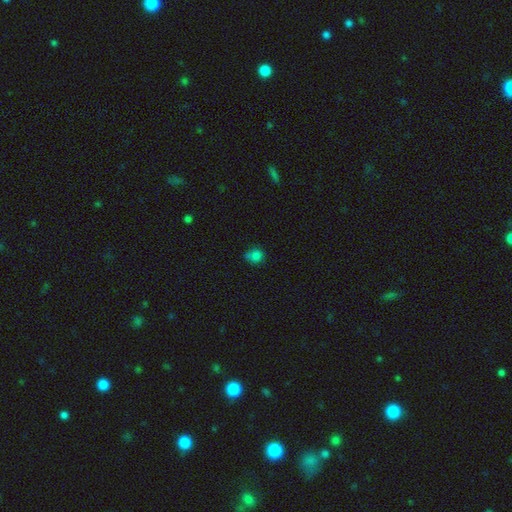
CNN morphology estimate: Overall: smooth (79%). How rounded: round (77%). Merging: none (58%; minor disturbance 27%).